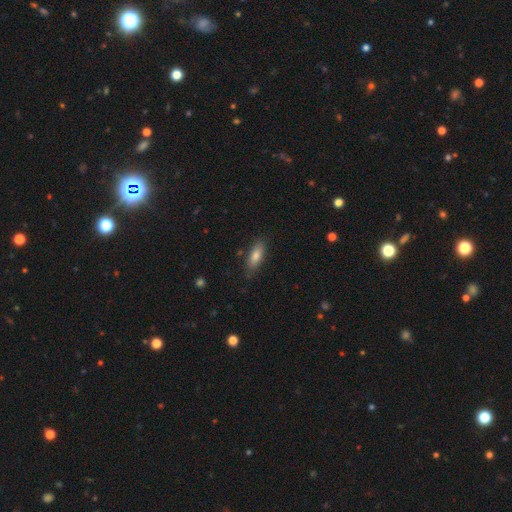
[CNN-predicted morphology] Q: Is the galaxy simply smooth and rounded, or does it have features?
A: smooth — 73%.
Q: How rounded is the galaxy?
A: in between — 61%.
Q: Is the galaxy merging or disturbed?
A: none — 83%.